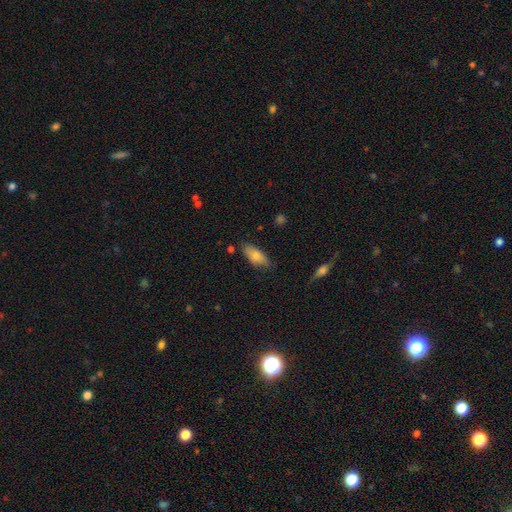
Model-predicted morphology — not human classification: smooth-or-featured: smooth: 76% | featured or disk: 17% | star or artifact: 7%
  how-rounded: in between: 82% | cigar-shaped: 15% | round: 3%
  merging: none: 77% | minor disturbance: 18% | major disturbance: 3% | merger: 2%